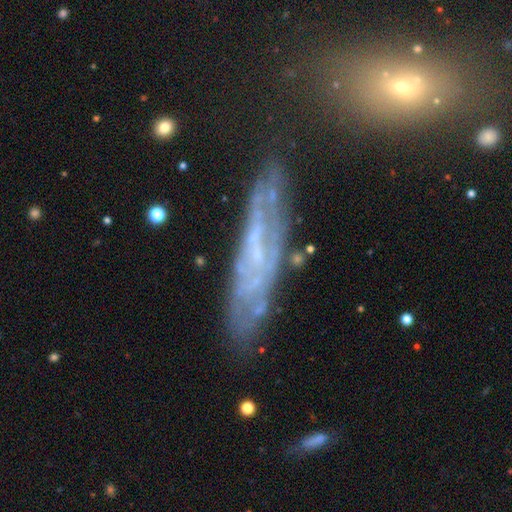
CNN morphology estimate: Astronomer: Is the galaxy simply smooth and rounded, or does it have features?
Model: featured or disk — 70%.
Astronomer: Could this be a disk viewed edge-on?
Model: no — 61% (runner-up: yes, 39%).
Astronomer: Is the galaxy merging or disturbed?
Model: none — 67%.